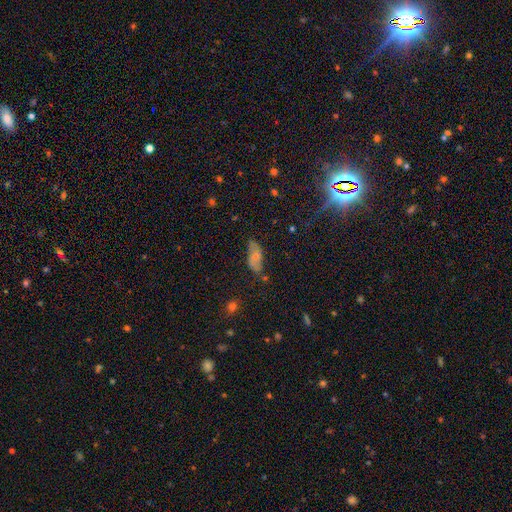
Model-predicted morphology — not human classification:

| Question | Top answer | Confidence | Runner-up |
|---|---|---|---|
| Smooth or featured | featured or disk | 42% | smooth (33%) |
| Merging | none | 66% | minor disturbance (22%) |